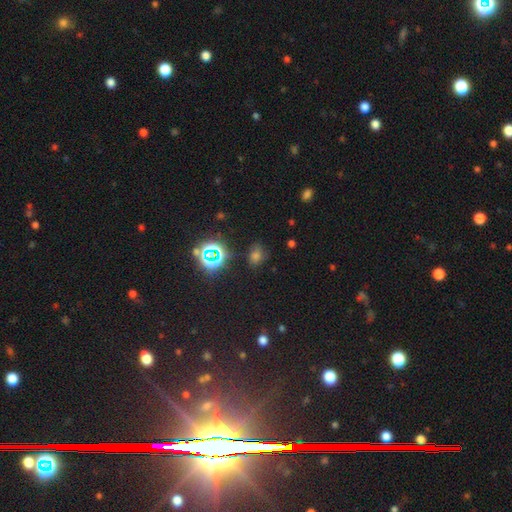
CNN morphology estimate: A smooth galaxy with no disk features (48%).

Vote fractions:
- Smooth or featured? smooth: 48% / star or artifact: 43% / featured or disk: 9%
- Merging? none: 74% / minor disturbance: 17% / major disturbance: 6% / merger: 3%